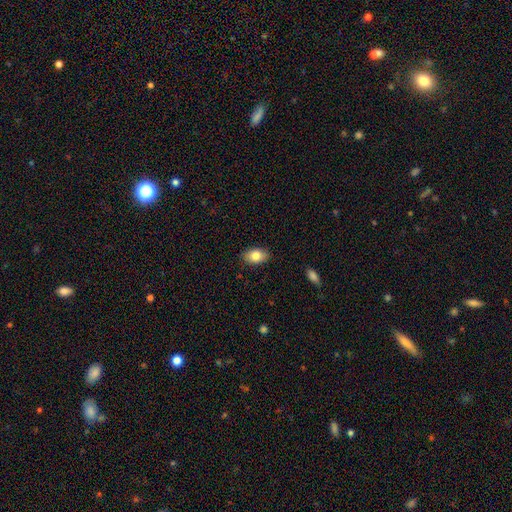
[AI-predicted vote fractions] Smooth or featured?
  - smooth: 82% *
  - featured or disk: 10%
  - star or artifact: 8%
How rounded?
  - in between: 88% *
  - round: 11%
  - cigar-shaped: 1%
Merging?
  - none: 87% *
  - minor disturbance: 10%
  - major disturbance: 2%
  - merger: 1%